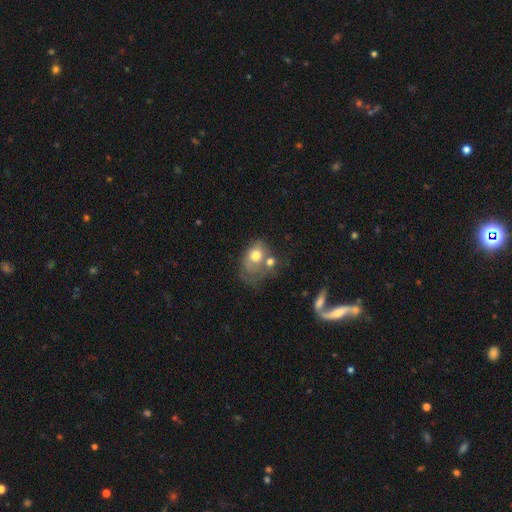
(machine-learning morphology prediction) A smooth galaxy with no disk features (62%) that is in between round and cigar-shaped (64%). Merging: merger (39%).